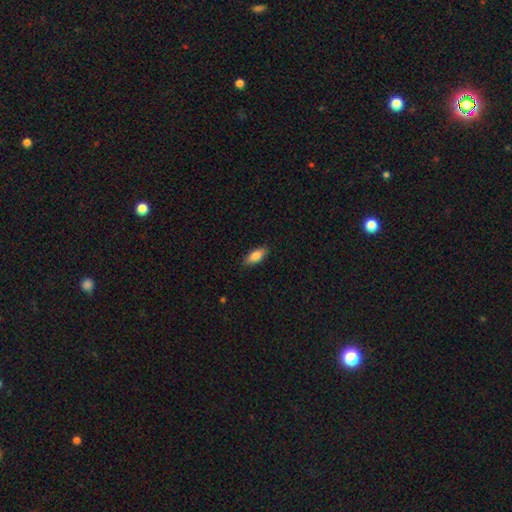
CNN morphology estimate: A smooth galaxy with no disk features (83%) that is in between round and cigar-shaped (80%).

Vote fractions:
- Smooth or featured? smooth: 83% / featured or disk: 10% / star or artifact: 6%
- How rounded? in between: 80% / cigar-shaped: 17% / round: 2%
- Merging? none: 87% / minor disturbance: 10% / major disturbance: 2% / merger: 1%